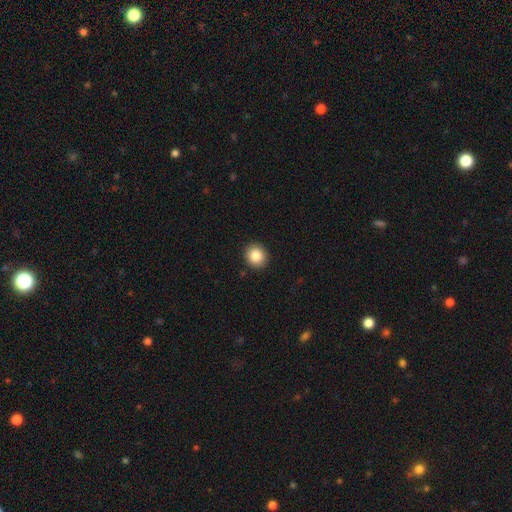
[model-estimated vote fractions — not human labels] The model was most divided on "how rounded": round: 86%, in between: 13%, cigar-shaped: 1%. More confident: merging — none (92%); smooth or featured — smooth (85%).